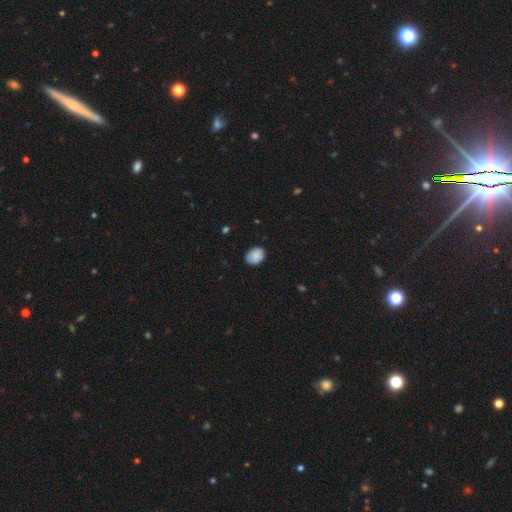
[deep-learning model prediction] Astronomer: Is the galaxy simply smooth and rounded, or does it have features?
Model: smooth — 84%.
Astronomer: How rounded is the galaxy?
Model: in between — 59% (runner-up: round, 40%).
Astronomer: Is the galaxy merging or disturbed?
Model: none — 79%.